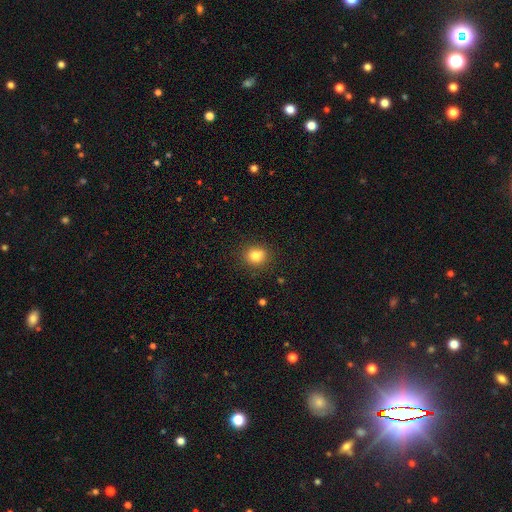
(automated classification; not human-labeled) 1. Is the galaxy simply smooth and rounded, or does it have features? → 81% smooth, 12% star or artifact, 7% featured or disk.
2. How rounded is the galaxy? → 74% round, 25% in between, 1% cigar-shaped.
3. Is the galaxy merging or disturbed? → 79% none, 12% minor disturbance, 6% merger, 3% major disturbance.